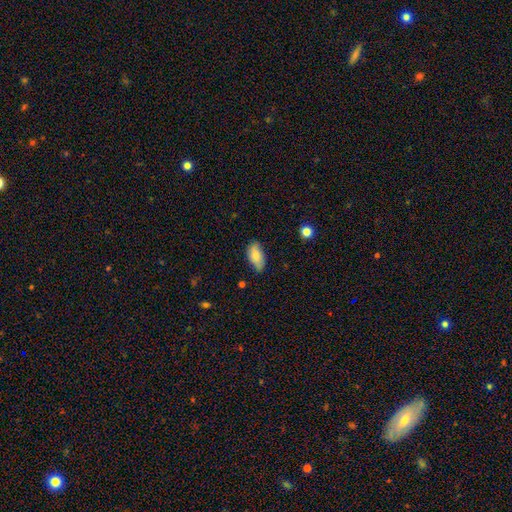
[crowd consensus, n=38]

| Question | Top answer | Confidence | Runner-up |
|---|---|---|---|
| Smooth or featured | smooth | 74% | featured or disk (18%) |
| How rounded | in between | 89% | cigar-shaped (7%) |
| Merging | none | 57% | minor disturbance (37%) |